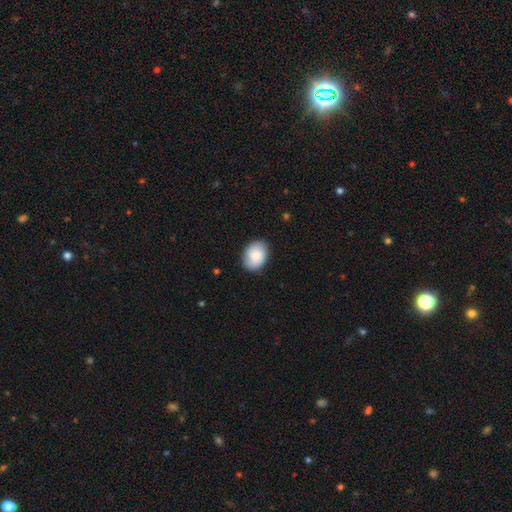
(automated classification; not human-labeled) Smooth or featured? smooth (81%)
How rounded? in between (73%)
Merging? none (84%)